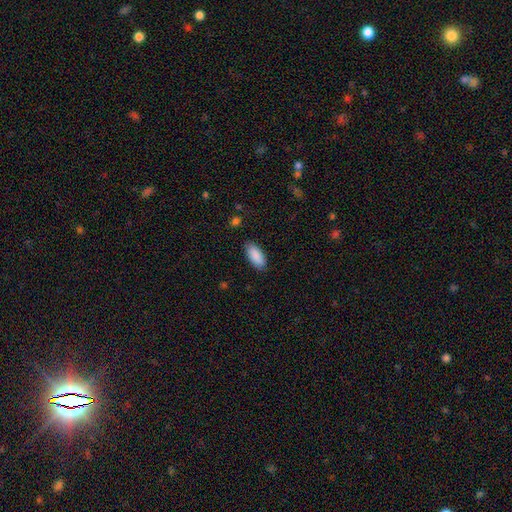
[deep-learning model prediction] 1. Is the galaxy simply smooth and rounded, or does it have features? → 90% smooth, 6% star or artifact, 4% featured or disk.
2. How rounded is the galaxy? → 90% in between, 9% cigar-shaped, 2% round.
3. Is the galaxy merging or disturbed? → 86% none, 10% minor disturbance, 2% major disturbance, 1% merger.